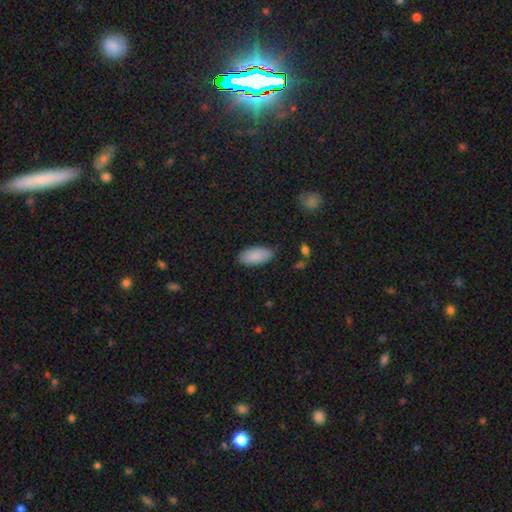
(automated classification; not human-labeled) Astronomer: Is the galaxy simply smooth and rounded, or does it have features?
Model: smooth — 88%.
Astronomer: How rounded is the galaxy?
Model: in between — 92%.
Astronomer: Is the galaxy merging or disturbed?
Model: none — 82%.